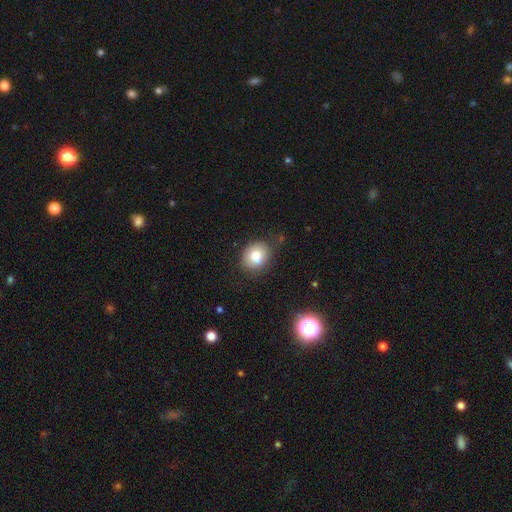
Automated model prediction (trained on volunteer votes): smooth_or_featured: smooth (p=0.79) [alt: featured or disk p=0.11]
how_rounded: round (p=0.63) [alt: in between p=0.36]
merging: none (p=0.78) [alt: minor disturbance p=0.15]